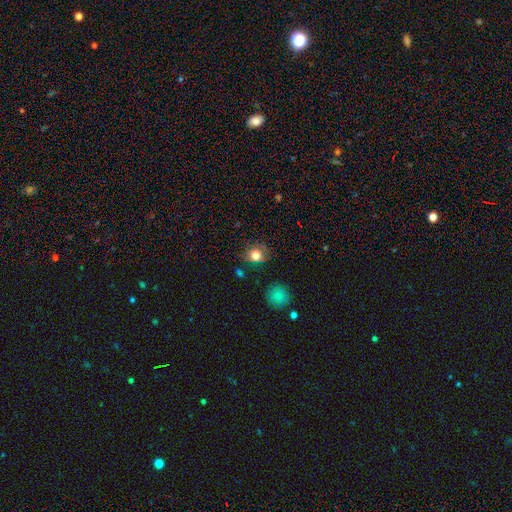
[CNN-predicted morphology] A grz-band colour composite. It shows a smooth galaxy with no disk features (80%) that is round (72%). Merging: none (76%).